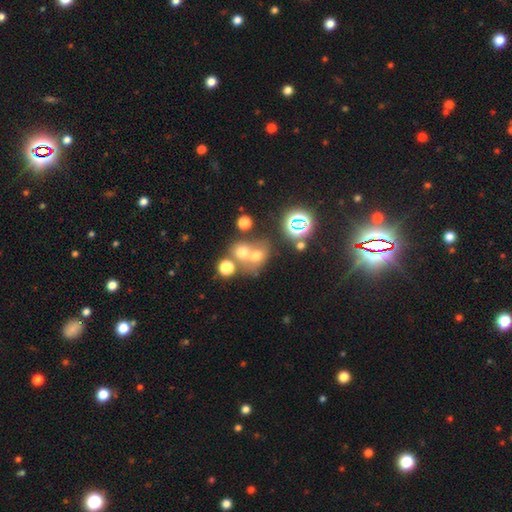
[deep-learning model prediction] This is possibly a smooth galaxy (59%). How rounded: likely round (68%). Merging: possibly merger (50%).